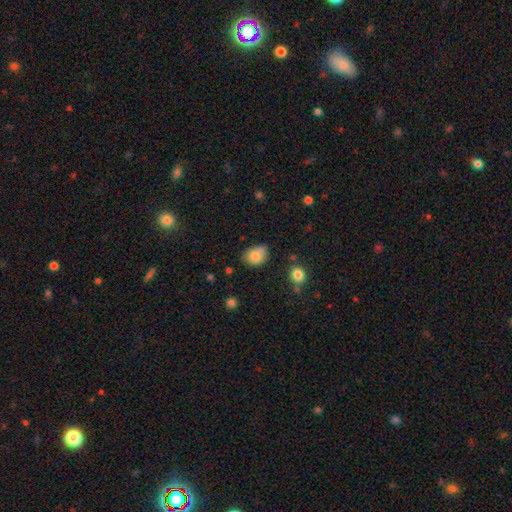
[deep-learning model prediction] smooth_or_featured: smooth (p=0.80) [alt: featured or disk p=0.10]
how_rounded: in between (p=0.65) [alt: round p=0.34]
merging: none (p=0.57) [alt: minor disturbance p=0.29]